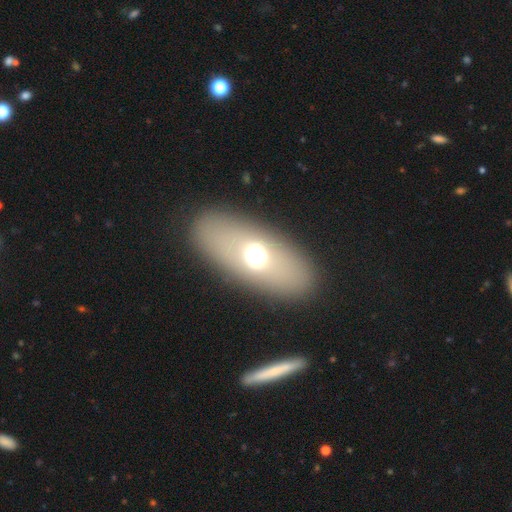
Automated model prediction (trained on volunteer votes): smooth_or_featured: smooth (p=0.52) [alt: featured or disk p=0.35]
how_rounded: in between (p=0.78) [alt: cigar-shaped p=0.12]
merging: none (p=0.85) [alt: minor disturbance p=0.08]